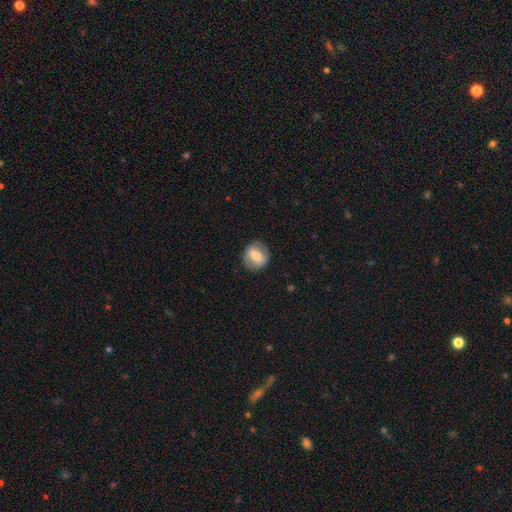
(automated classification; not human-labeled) A smooth galaxy with no disk features (56%) that is round (79%). Merging: none (85%).